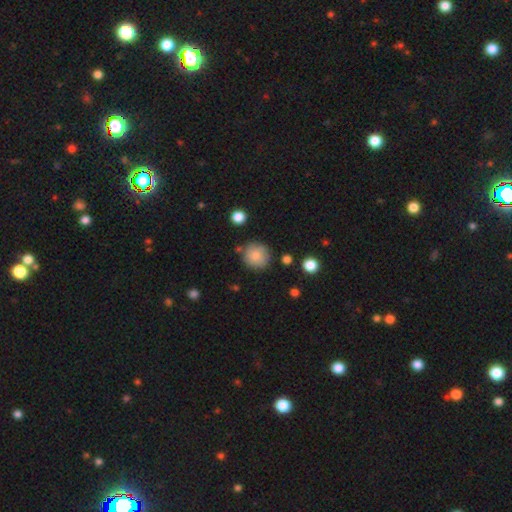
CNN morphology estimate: type=smooth (83%); roundness=round (91%); merging=none (82%).